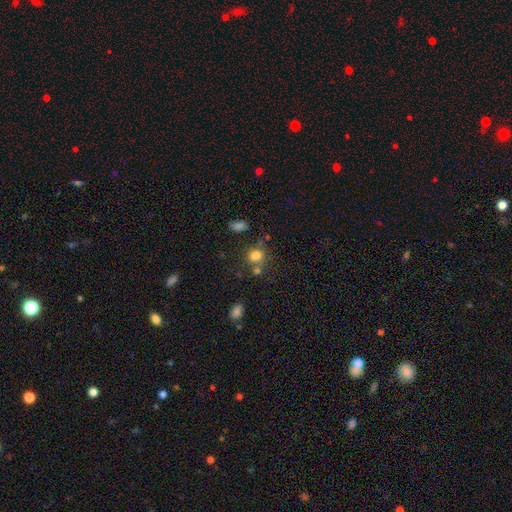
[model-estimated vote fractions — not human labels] A smooth galaxy with no disk features (78%) that is round (65%). Merging: none (59%).